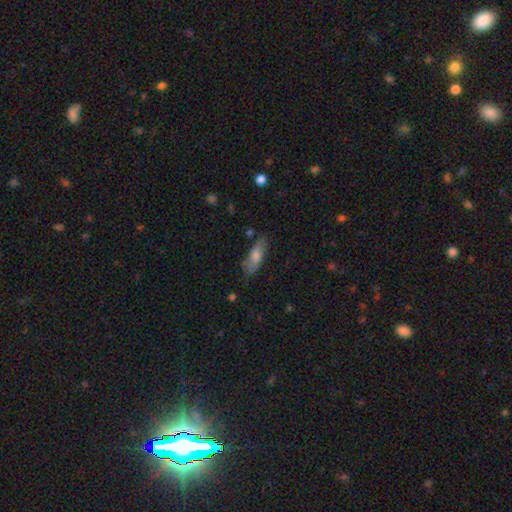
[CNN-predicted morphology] A smooth galaxy with no disk features (69%) that is in between round and cigar-shaped (54%).

Vote fractions:
- Smooth or featured? smooth: 69% / featured or disk: 24% / star or artifact: 7%
- How rounded? in between: 54% / cigar-shaped: 44% / round: 3%
- Merging? none: 78% / minor disturbance: 17% / major disturbance: 3% / merger: 2%